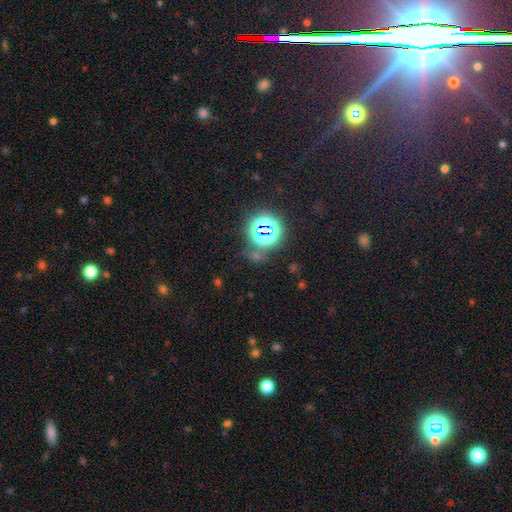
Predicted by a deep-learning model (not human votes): The model was most divided on "smooth or featured": star or artifact: 68%, smooth: 23%, featured or disk: 8%.